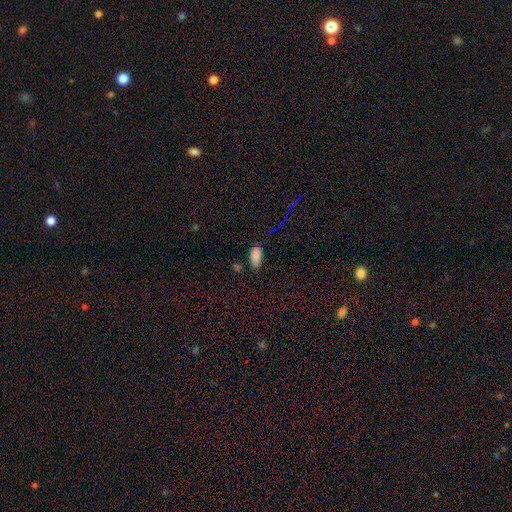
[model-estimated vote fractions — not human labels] smooth 82%, star or artifact 13%, featured or disk 5%. Down the decision tree: how rounded — in between (91%); merging — none (74%).